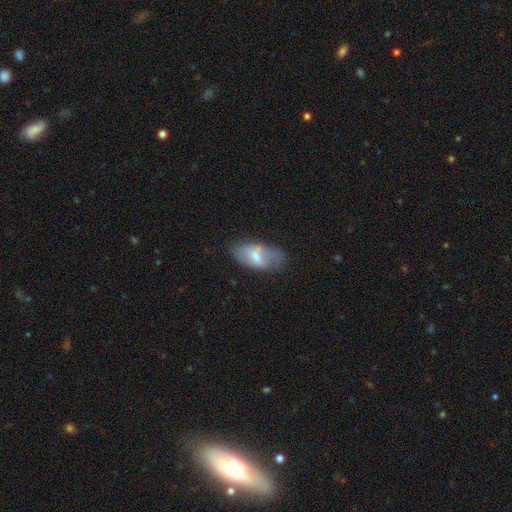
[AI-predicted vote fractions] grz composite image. It shows a smooth galaxy with no disk features (59%) that is in between round and cigar-shaped (92%). Merging: none (61%).